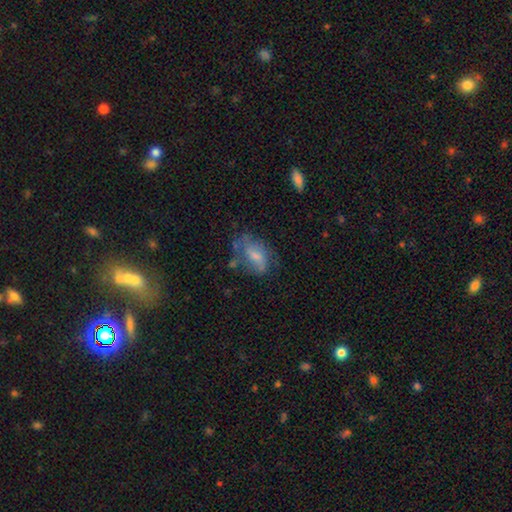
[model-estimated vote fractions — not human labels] This appears to be a smooth galaxy with no disk features (52%) that is in between round and cigar-shaped (85%). Merging: none (45%).